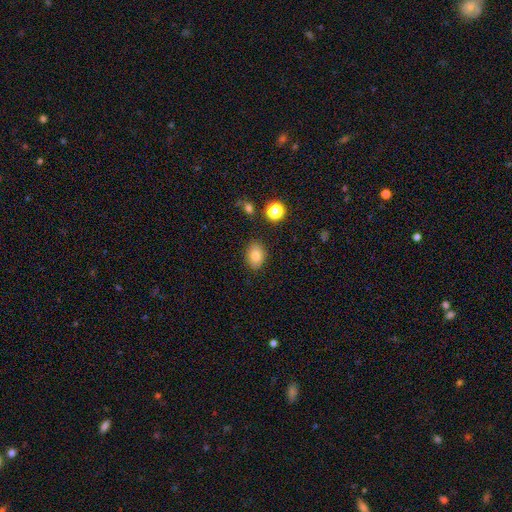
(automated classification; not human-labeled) Smooth or featured: smooth — 80% (star or artifact — 11%)
How rounded: in between — 70% (round — 29%)
Merging: none — 85% (minor disturbance — 10%)